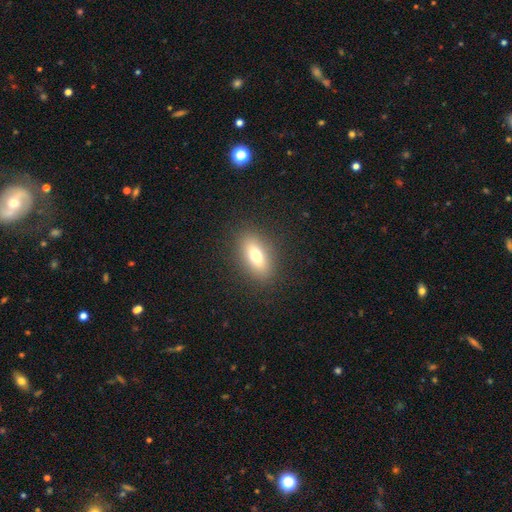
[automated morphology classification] Smooth or featured? Predicted: smooth (p=0.70). How rounded? Predicted: in between (p=0.78). Merging? Predicted: none (p=0.88).